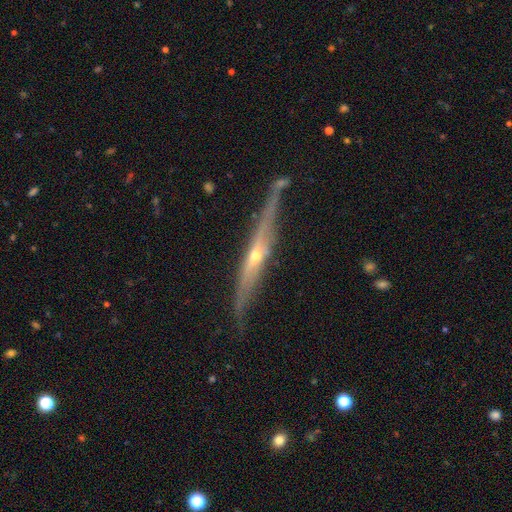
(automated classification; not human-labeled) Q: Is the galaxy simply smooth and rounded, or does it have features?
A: featured or disk — 80%.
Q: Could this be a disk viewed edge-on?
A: yes — 94%.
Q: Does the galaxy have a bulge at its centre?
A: rounded — 78%.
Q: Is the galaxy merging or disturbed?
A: none — 71%.